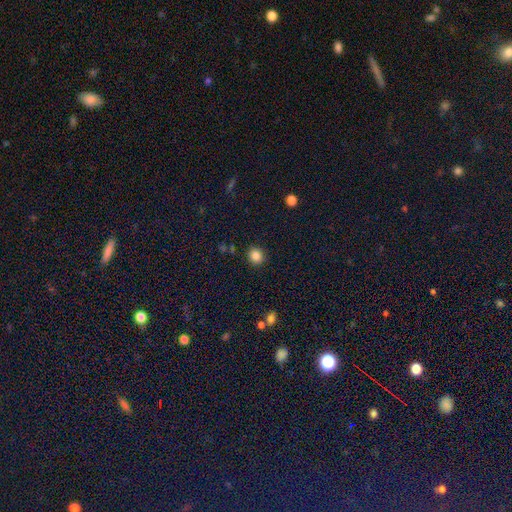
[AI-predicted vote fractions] The model was most divided on "smooth or featured": smooth: 85%, star or artifact: 11%, featured or disk: 4%. More confident: merging — none (89%); how rounded — round (88%).